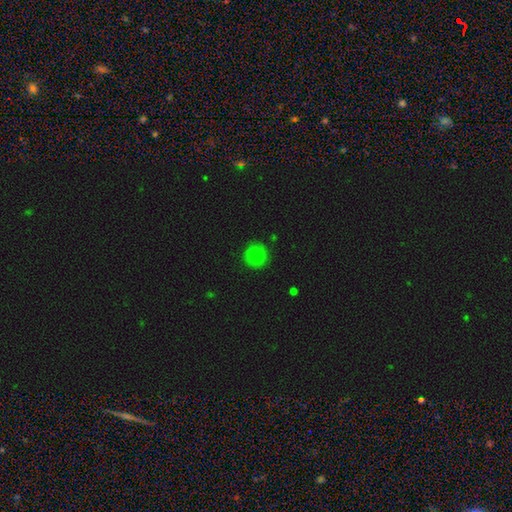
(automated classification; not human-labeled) A smooth galaxy with no disk features (81%) that is round (94%).

Vote fractions:
- Smooth or featured? smooth: 81% / star or artifact: 11% / featured or disk: 8%
- How rounded? round: 94% / in between: 5% / cigar-shaped: 1%
- Merging? none: 87% / minor disturbance: 9% / major disturbance: 2% / merger: 1%